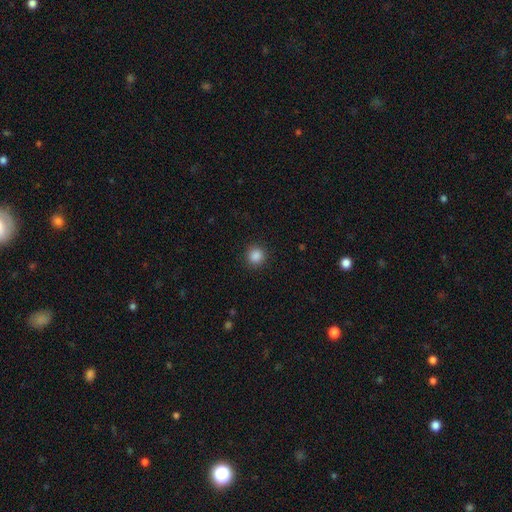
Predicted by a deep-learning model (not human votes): Q: Smooth or featured?
A: smooth (87%); runner-up: star or artifact (10%)
Q: How rounded?
A: round (93%); runner-up: in between (6%)
Q: Merging?
A: none (91%); runner-up: minor disturbance (6%)